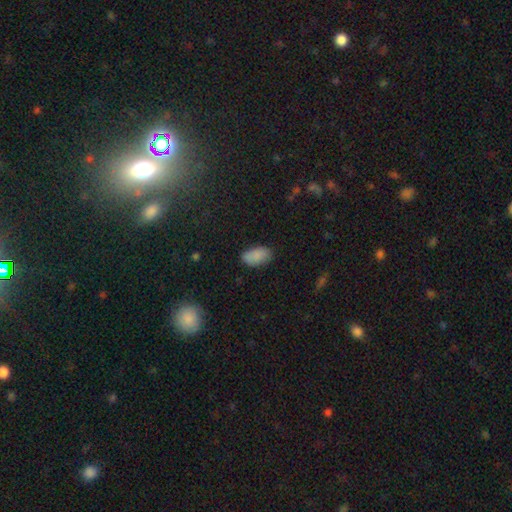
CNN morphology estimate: Q: Smooth or featured?
A: smooth (86%); runner-up: star or artifact (8%)
Q: How rounded?
A: in between (94%); runner-up: round (4%)
Q: Merging?
A: none (79%); runner-up: minor disturbance (16%)